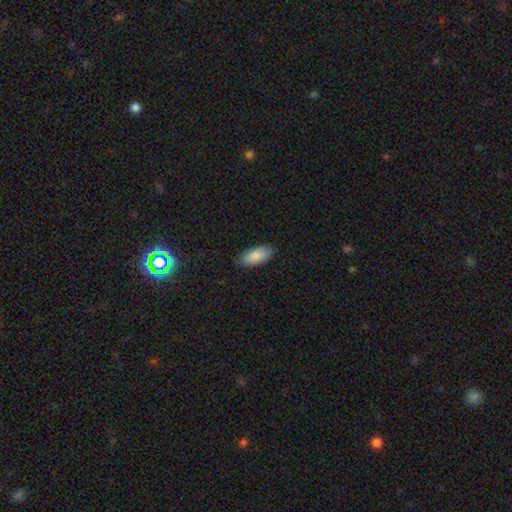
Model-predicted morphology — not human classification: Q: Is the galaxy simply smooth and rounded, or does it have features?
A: smooth — 87%.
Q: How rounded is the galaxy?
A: in between — 89%.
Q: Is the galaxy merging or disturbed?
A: none — 85%.